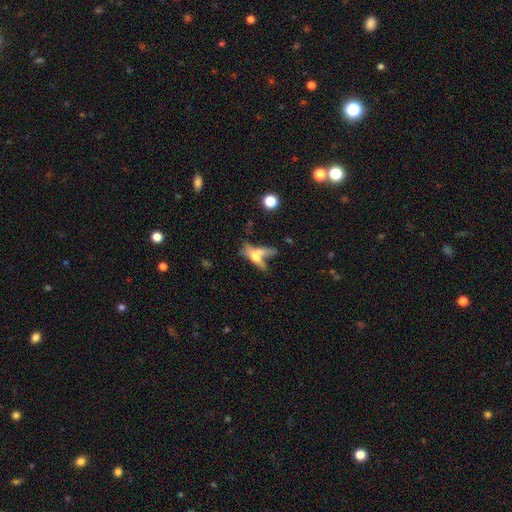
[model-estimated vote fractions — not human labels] The model was most divided on "smooth or featured": smooth: 48%, featured or disk: 41%, star or artifact: 11%. Remaining: merging — merger (38%).